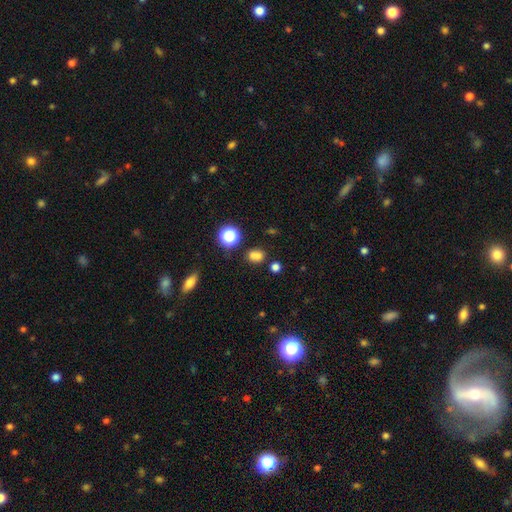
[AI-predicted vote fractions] This appears to be a smooth galaxy with no disk features (70%) that is round (67%). Merging: none (54%).